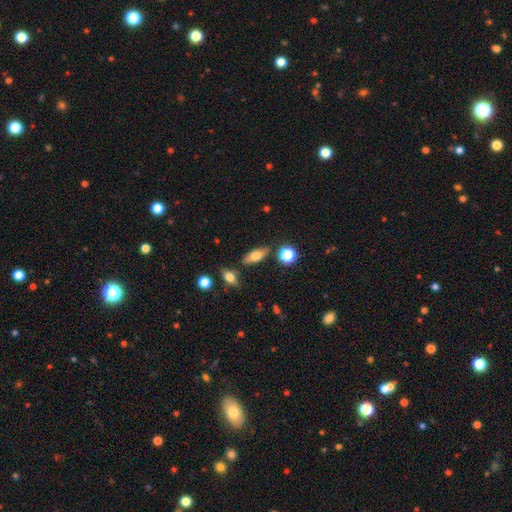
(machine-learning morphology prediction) smooth_or_featured: smooth (p=0.67) [alt: featured or disk p=0.24]
how_rounded: in between (p=0.69) [alt: cigar-shaped p=0.25]
merging: none (p=0.79) [alt: minor disturbance p=0.12]